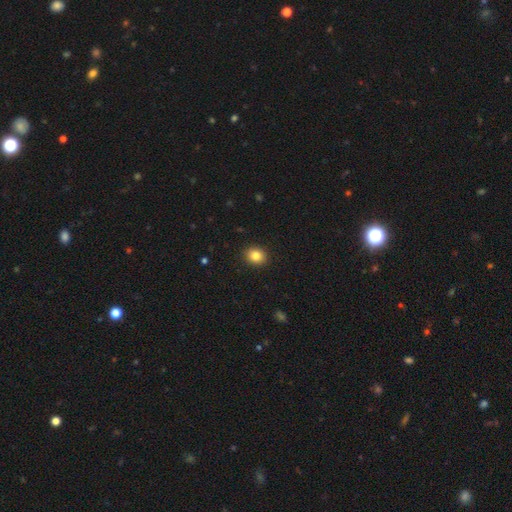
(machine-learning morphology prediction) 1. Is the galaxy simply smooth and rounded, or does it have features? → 84% smooth, 10% star or artifact, 6% featured or disk.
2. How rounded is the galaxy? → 61% round, 38% in between, 1% cigar-shaped.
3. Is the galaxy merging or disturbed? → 92% none, 6% minor disturbance, 2% major disturbance, 1% merger.